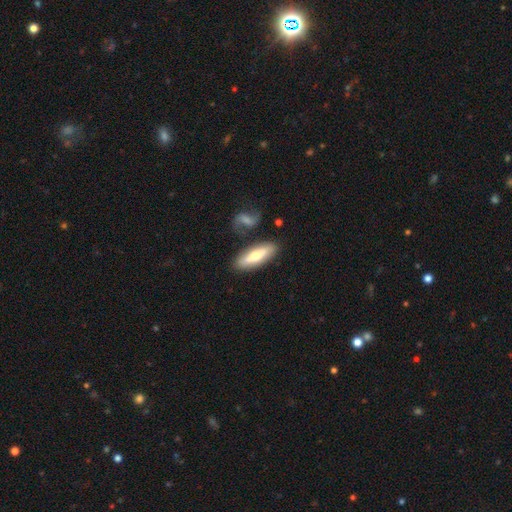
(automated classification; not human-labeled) A smooth galaxy with no disk features (53%) that is cigar-shaped (50%).

Vote fractions:
- Smooth or featured? smooth: 53% / featured or disk: 41% / star or artifact: 6%
- How rounded? cigar-shaped: 50% / in between: 48% / round: 2%
- Merging? none: 78% / minor disturbance: 12% / merger: 7% / major disturbance: 3%